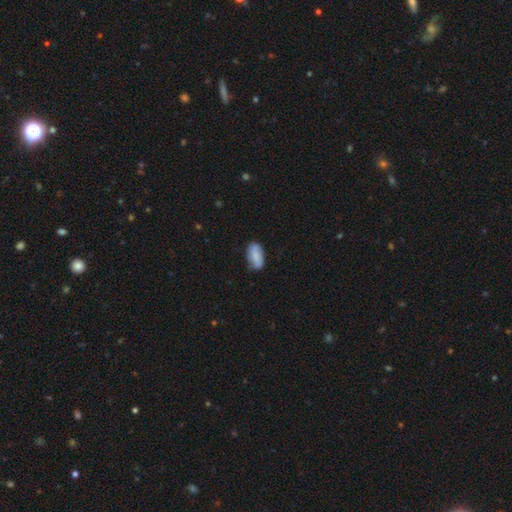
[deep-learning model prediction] Smooth or featured: smooth — 77% (featured or disk — 16%)
How rounded: in between — 90% (cigar-shaped — 7%)
Merging: none — 72% (minor disturbance — 22%)